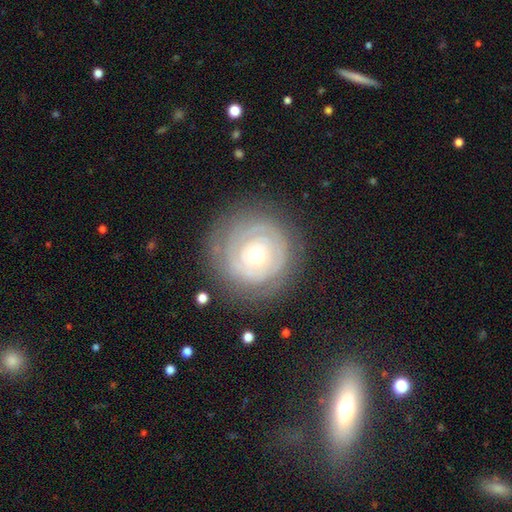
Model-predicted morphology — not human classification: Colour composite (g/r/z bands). It shows a featured or disk galaxy (72%) with no bar (83%), tight (84%) spiral arms (77%) and a small central bulge (47%, tied with moderate). Merging: none (79%).